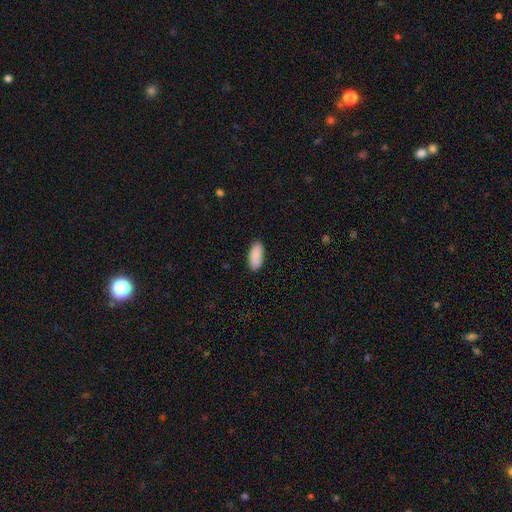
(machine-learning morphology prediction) Overall: smooth (91%). How rounded: in between (86%). Merging: none (88%).